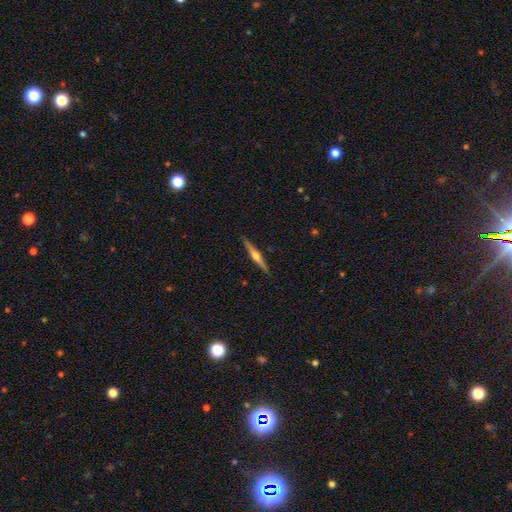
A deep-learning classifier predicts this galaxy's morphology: This appears to be a featured or disk galaxy (77%) viewed edge-on (98%) with a rounded central bulge (92%). Merging: none (91%).